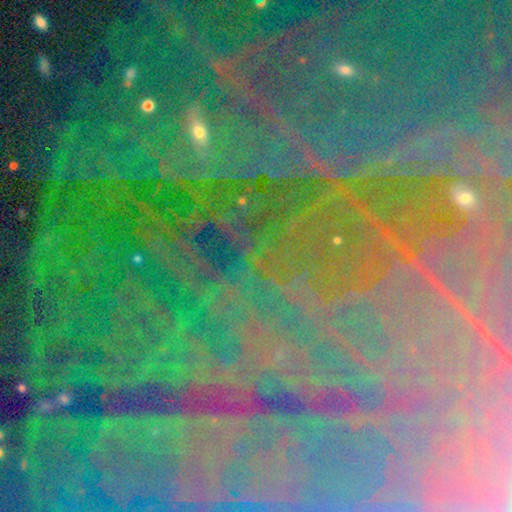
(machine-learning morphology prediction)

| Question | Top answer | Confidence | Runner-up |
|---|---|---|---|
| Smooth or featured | star or artifact | 87% | featured or disk (7%) |